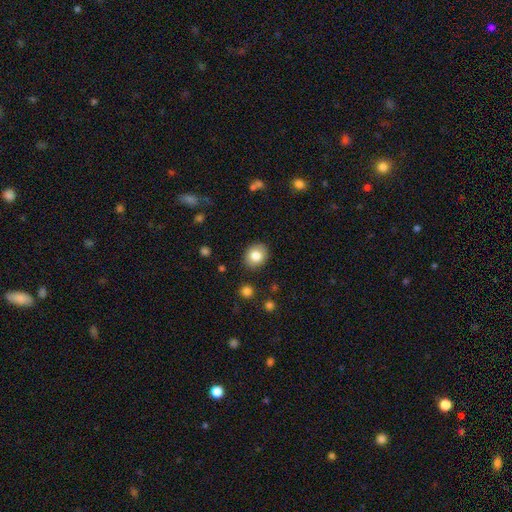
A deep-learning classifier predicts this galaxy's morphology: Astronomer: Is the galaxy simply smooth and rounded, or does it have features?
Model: smooth — 82%.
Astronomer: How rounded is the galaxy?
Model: round — 58% (runner-up: in between, 41%).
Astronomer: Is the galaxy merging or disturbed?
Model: none — 88%.